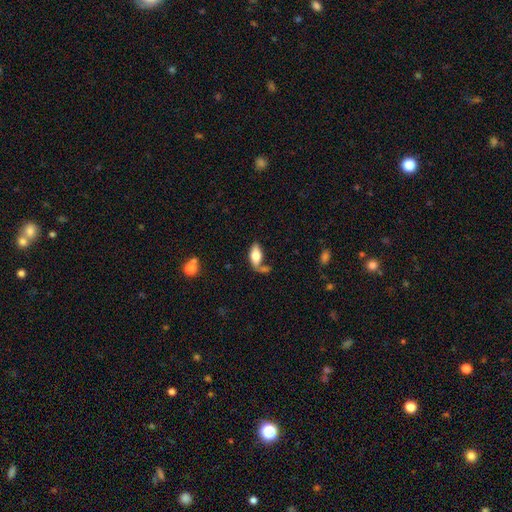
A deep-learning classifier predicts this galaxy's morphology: Smooth or featured?
  - smooth: 74% *
  - featured or disk: 19%
  - star or artifact: 7%
How rounded?
  - in between: 88% *
  - cigar-shaped: 9%
  - round: 3%
Merging?
  - none: 47% *
  - merger: 24%
  - minor disturbance: 20%
  - major disturbance: 10%